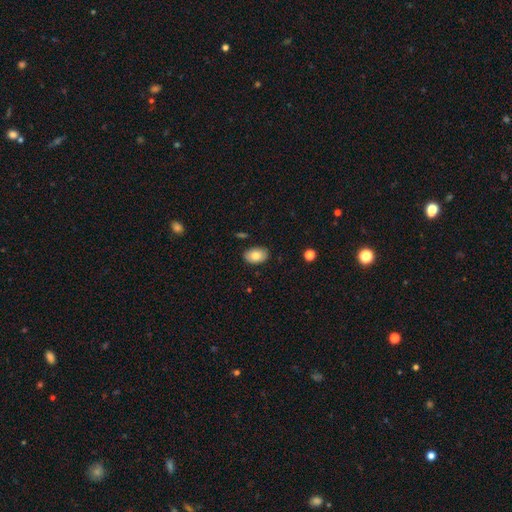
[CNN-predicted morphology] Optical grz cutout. It shows a smooth galaxy with no disk features (83%) that is in between round and cigar-shaped (89%). Merging: none (86%).